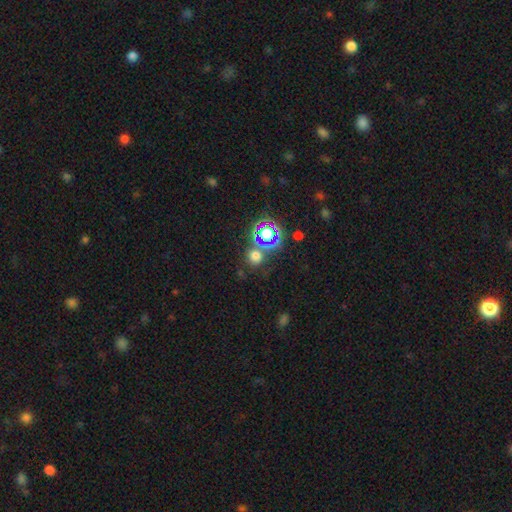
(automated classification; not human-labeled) Q: Smooth or featured?
A: smooth (59%); runner-up: star or artifact (33%)
Q: How rounded?
A: round (87%); runner-up: in between (12%)
Q: Merging?
A: none (72%); runner-up: merger (15%)